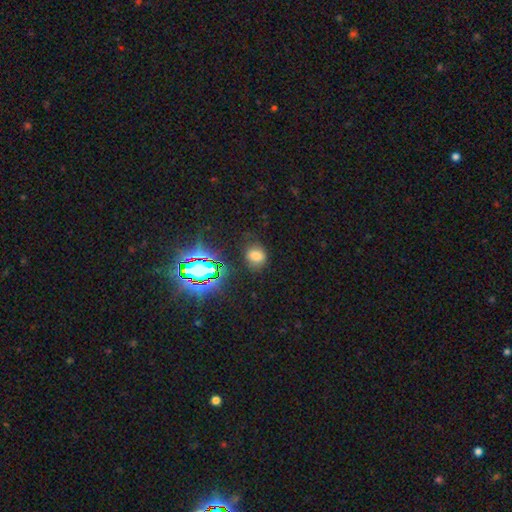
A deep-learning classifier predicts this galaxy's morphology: This appears to be a smooth galaxy with no disk features (68%) that is round (54%). Merging: none (74%).